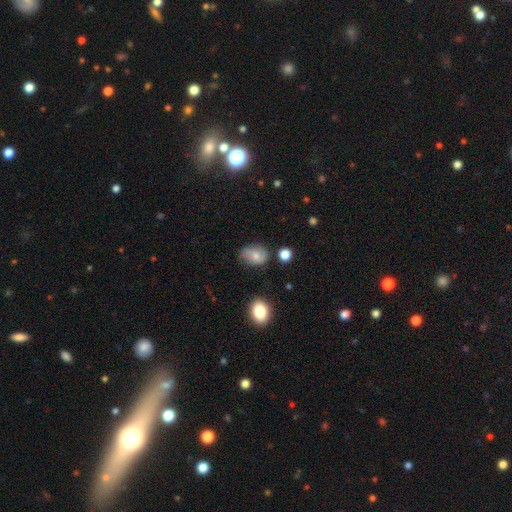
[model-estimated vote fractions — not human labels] Morphology: type=smooth (63%); roundness=in between (67%); merging=none (62%).